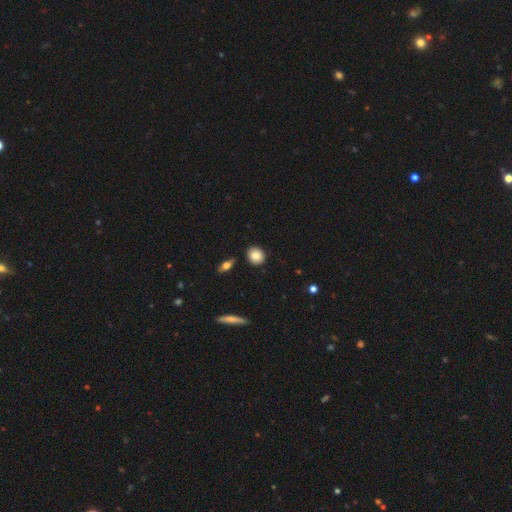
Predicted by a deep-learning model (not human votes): This is clearly a smooth galaxy (83%). How rounded: likely round (76%). Merging: clearly none (89%).